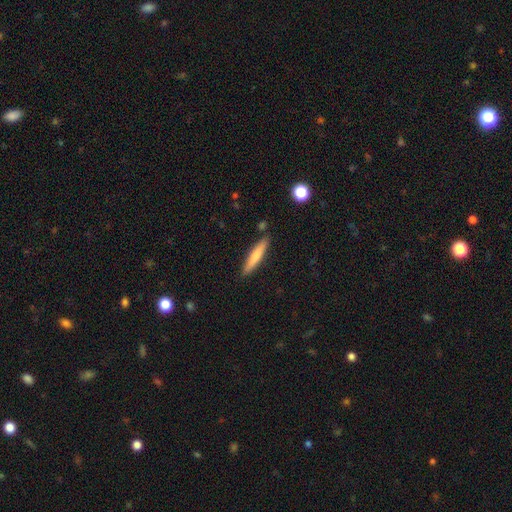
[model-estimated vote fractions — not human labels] smooth_or_featured: smooth (p=0.67) [alt: featured or disk p=0.27]
how_rounded: cigar-shaped (p=0.89) [alt: in between p=0.09]
merging: none (p=0.87) [alt: minor disturbance p=0.09]